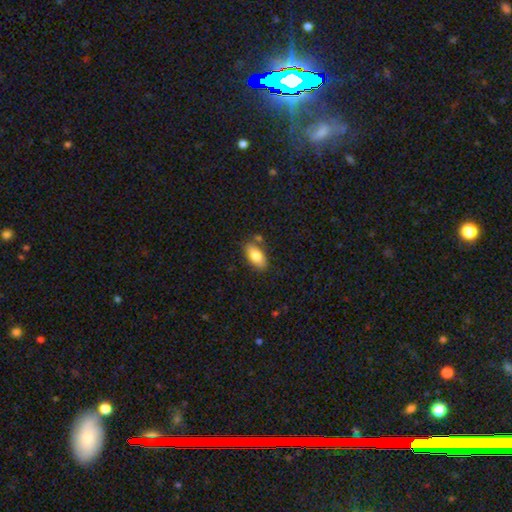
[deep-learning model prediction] Morphology: type=smooth (79%); roundness=in between (91%); merging=none (75%).